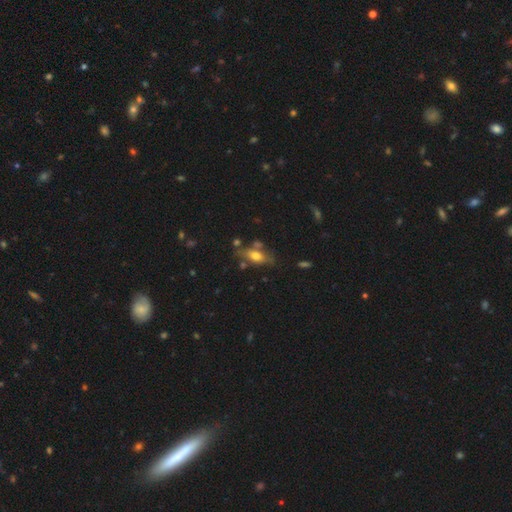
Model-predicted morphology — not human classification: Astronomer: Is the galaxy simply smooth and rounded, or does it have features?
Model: smooth — 59%.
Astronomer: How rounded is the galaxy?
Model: in between — 74%.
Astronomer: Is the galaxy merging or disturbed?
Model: none — 60%.